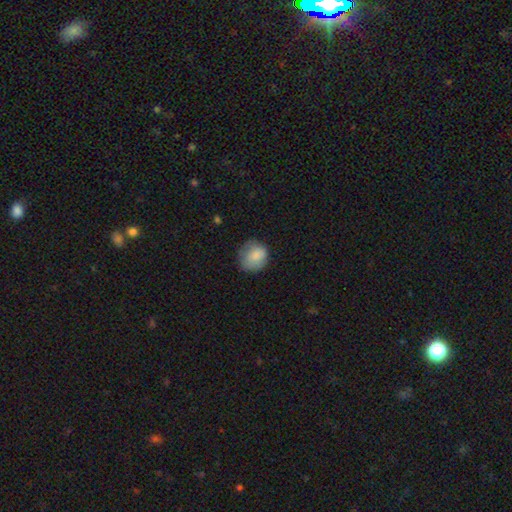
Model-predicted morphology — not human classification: type=smooth (83%); roundness=round (77%); merging=none (68%).